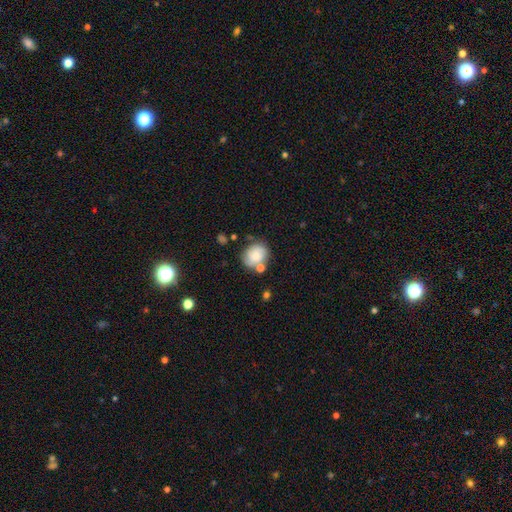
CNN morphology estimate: smooth-or-featured: smooth: 64% | featured or disk: 27% | star or artifact: 9%
  how-rounded: round: 66% | in between: 33% | cigar-shaped: 1%
  merging: none: 56% | minor disturbance: 21% | merger: 16% | major disturbance: 7%